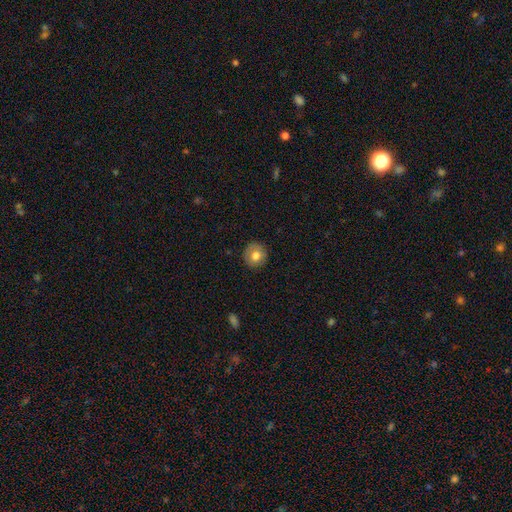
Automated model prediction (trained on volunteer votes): Q: Smooth or featured?
A: smooth (73%); runner-up: featured or disk (19%)
Q: How rounded?
A: round (90%); runner-up: in between (9%)
Q: Merging?
A: none (86%); runner-up: minor disturbance (10%)